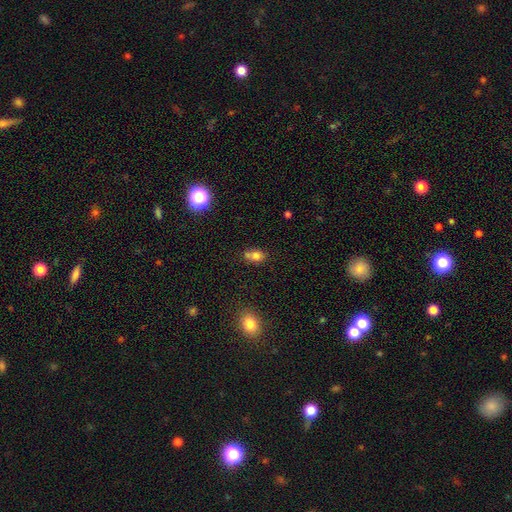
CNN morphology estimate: smooth_or_featured: smooth (p=0.76) [alt: star or artifact p=0.13]
how_rounded: in between (p=0.53) [alt: round p=0.45]
merging: none (p=0.43) [alt: merger p=0.38]